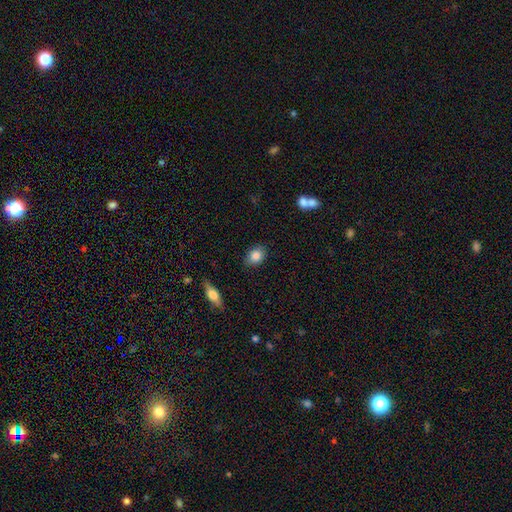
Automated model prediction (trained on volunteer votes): This is clearly a smooth galaxy (84%). How rounded: likely in between (64%). Merging: clearly none (86%).